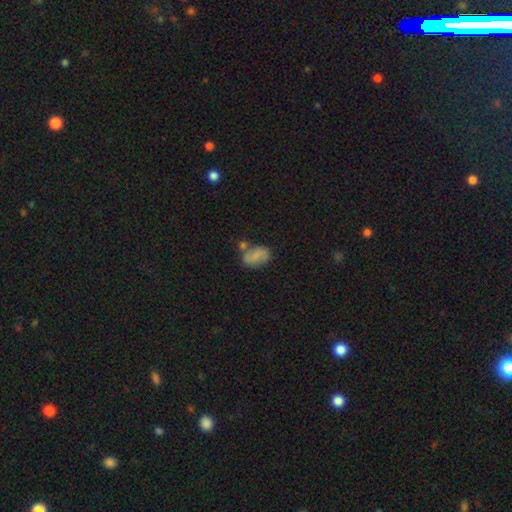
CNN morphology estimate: smooth_or_featured: smooth (p=0.59) [alt: featured or disk p=0.31]
how_rounded: in between (p=0.82) [alt: round p=0.16]
merging: none (p=0.54) [alt: minor disturbance p=0.20]